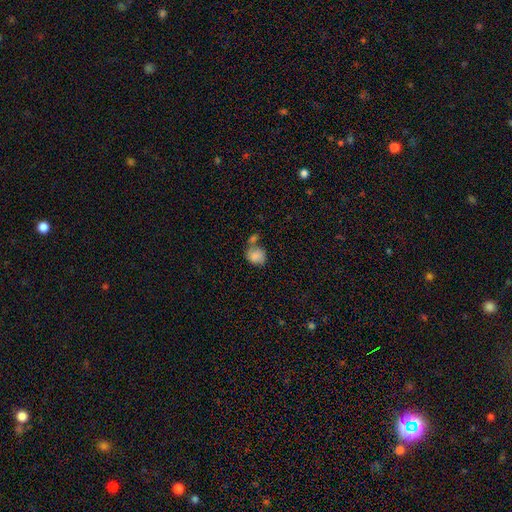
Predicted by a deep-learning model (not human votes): The model was most divided on "merging": none: 38%, merger: 37%, minor disturbance: 17%, major disturbance: 8%. More confident: smooth or featured — smooth (80%); how rounded — round (64%).